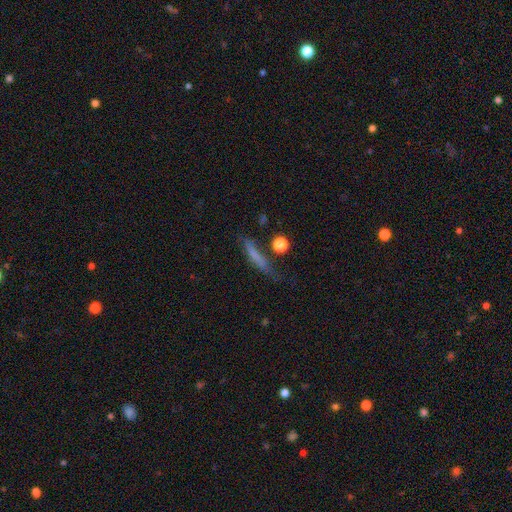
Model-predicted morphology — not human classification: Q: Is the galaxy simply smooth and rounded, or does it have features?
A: smooth — 61%.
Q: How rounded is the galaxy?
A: cigar-shaped — 85%.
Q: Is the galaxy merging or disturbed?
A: none — 60%.